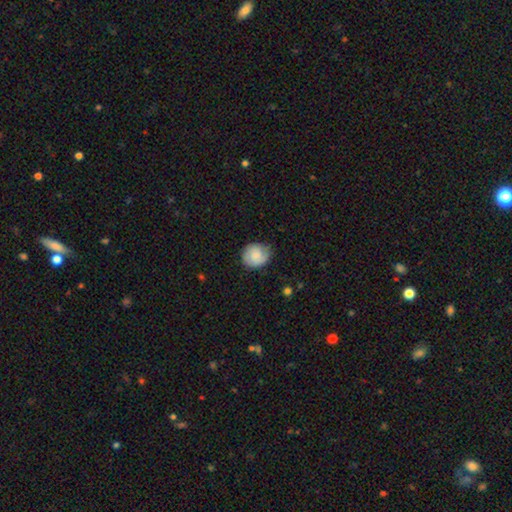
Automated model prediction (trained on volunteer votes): Smooth or featured: smooth — 57% (featured or disk — 35%)
How rounded: round — 74% (in between — 25%)
Merging: none — 68% (minor disturbance — 24%)